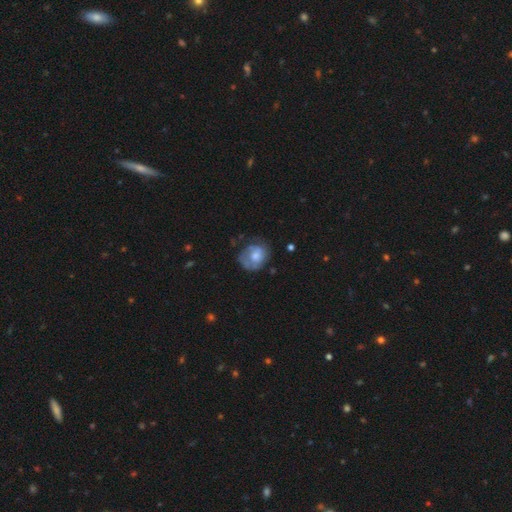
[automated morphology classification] smooth-or-featured: smooth: 53% | featured or disk: 39% | star or artifact: 8%
  how-rounded: round: 62% | in between: 37% | cigar-shaped: 1%
  merging: none: 53% | minor disturbance: 28% | major disturbance: 17% | merger: 2%